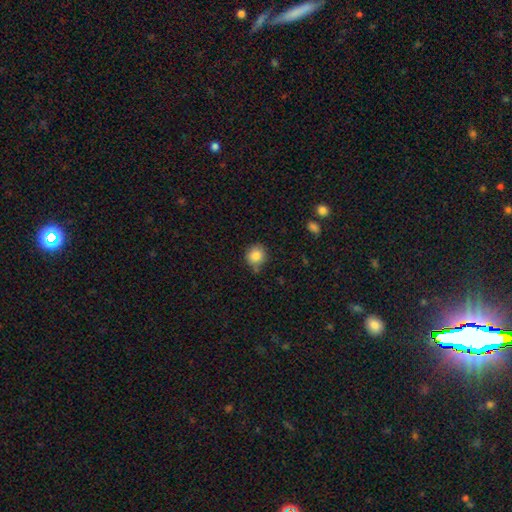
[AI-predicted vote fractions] This appears to be a smooth galaxy with no disk features (85%) that is round (85%). Merging: none (73%).